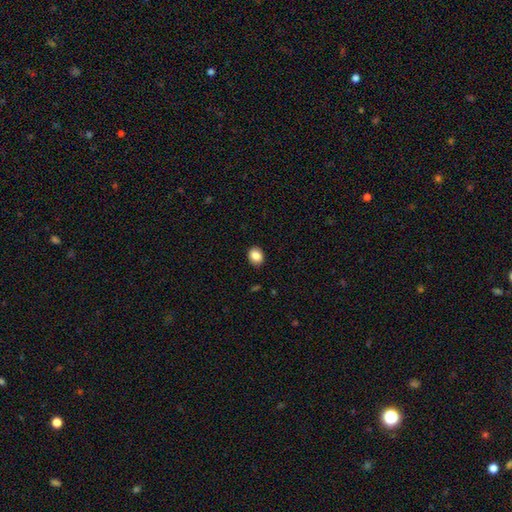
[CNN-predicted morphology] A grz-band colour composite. It shows a smooth galaxy with no disk features (86%) that is round (54%). Merging: none (89%).